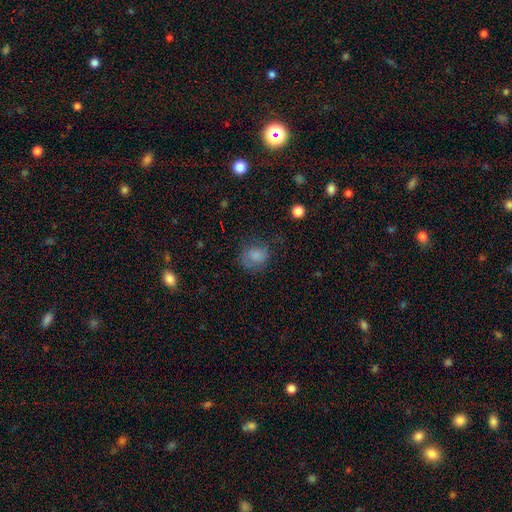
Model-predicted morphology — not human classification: Smooth or featured? Predicted: smooth (p=0.74). How rounded? Predicted: round (p=0.78). Merging? Predicted: none (p=0.56).